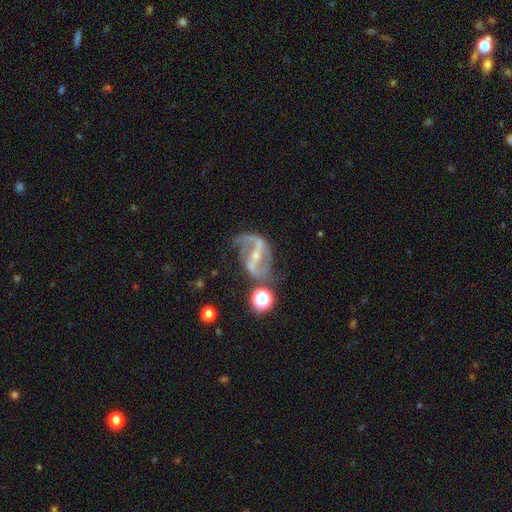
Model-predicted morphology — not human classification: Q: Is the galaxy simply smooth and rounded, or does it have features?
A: featured or disk — 87%.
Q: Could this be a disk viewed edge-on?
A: no — 96%.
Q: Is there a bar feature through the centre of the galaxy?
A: strong — 59%.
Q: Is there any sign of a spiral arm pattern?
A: yes — 94%.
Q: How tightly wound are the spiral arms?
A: loose — 55%.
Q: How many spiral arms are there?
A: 2 — 88%.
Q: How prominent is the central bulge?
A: small — 68%.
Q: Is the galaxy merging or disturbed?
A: none — 57%.